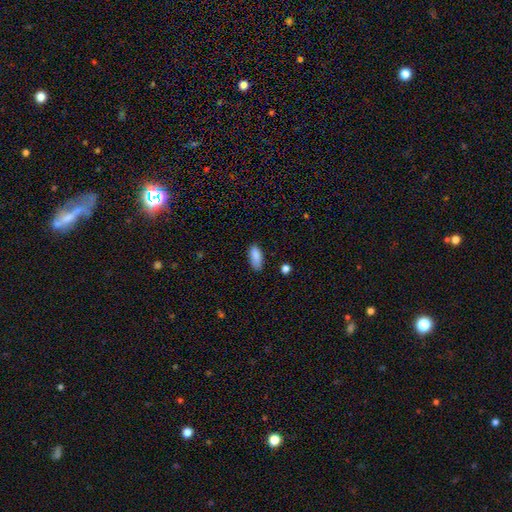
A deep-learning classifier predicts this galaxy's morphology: This appears to be a smooth galaxy with no disk features (88%) that is in between round and cigar-shaped (84%). Merging: none (76%).